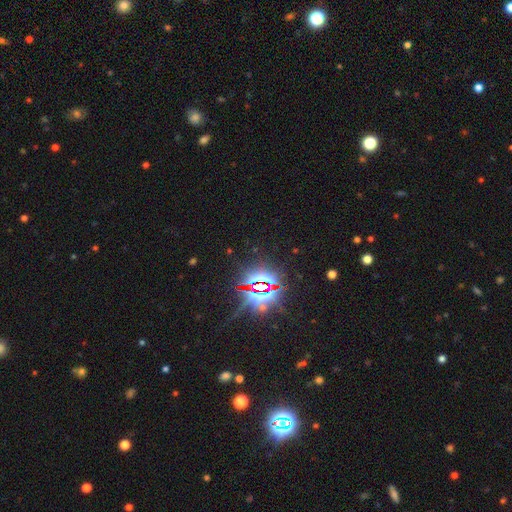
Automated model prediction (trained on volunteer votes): Smooth or featured: star or artifact — 85% (smooth — 8%)